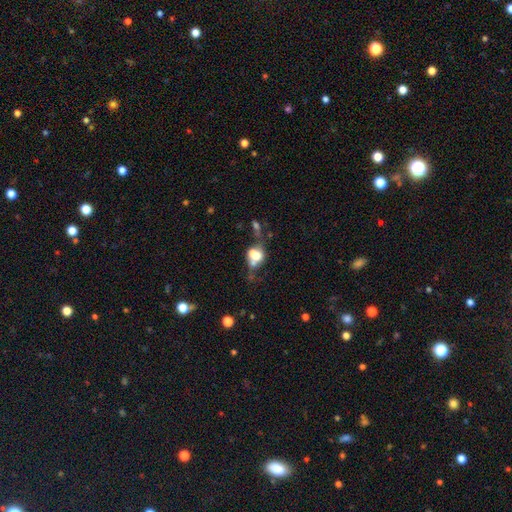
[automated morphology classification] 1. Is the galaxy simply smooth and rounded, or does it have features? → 52% smooth, 34% featured or disk, 13% star or artifact.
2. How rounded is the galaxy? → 59% in between, 38% round, 3% cigar-shaped.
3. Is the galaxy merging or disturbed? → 40% merger, 29% none, 17% major disturbance, 14% minor disturbance.